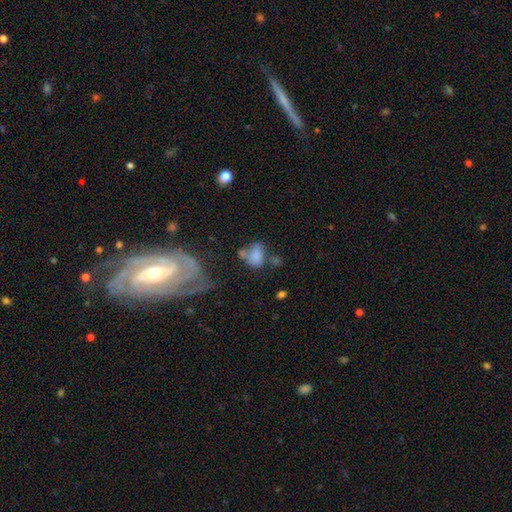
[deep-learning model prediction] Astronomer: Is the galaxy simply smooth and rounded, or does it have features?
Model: smooth — 73%.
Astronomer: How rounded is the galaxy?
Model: in between — 66%.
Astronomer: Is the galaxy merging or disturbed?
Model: none — 33% (runner-up: merger, 27%).